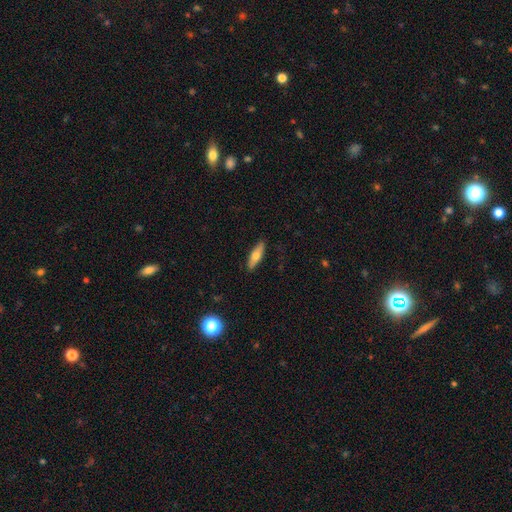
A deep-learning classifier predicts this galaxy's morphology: The model was most divided on "how rounded": cigar-shaped: 60%, in between: 38%, round: 2%. More confident: merging — none (89%); smooth or featured — smooth (60%).